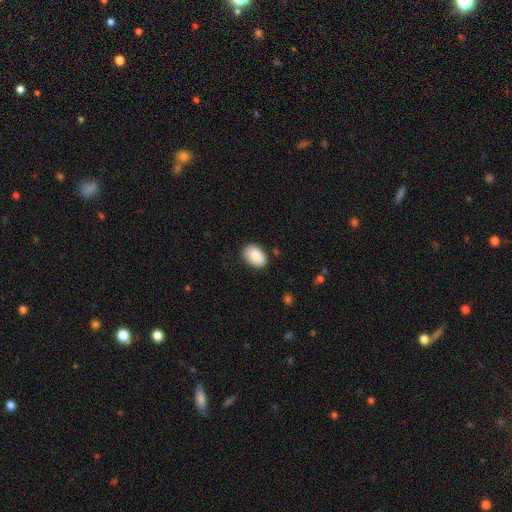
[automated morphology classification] smooth_or_featured: smooth (p=0.87) [alt: star or artifact p=0.07]
how_rounded: in between (p=0.85) [alt: round p=0.14]
merging: none (p=0.83) [alt: minor disturbance p=0.13]